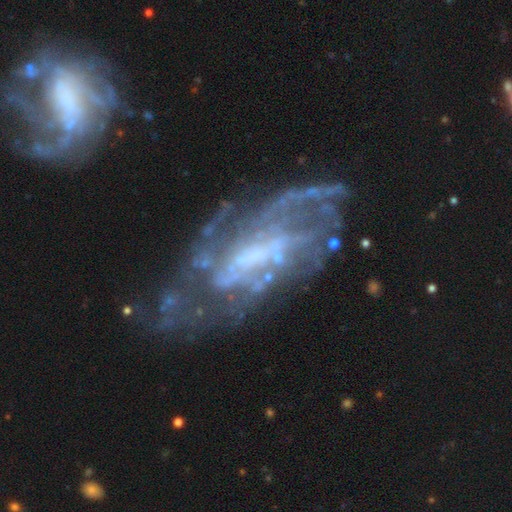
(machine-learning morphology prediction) Overall: featured or disk (83%). Edge-on disk: no (93%). Bar: no (44%; weak 37%). Spiral arms: yes (79%). Spiral arm count: can't tell (53%; 2 15%). Spiral winding: tight (46%; medium 36%). Bulge size: none (38%; small 30%). Merging: none (53%; major disturbance 21%).